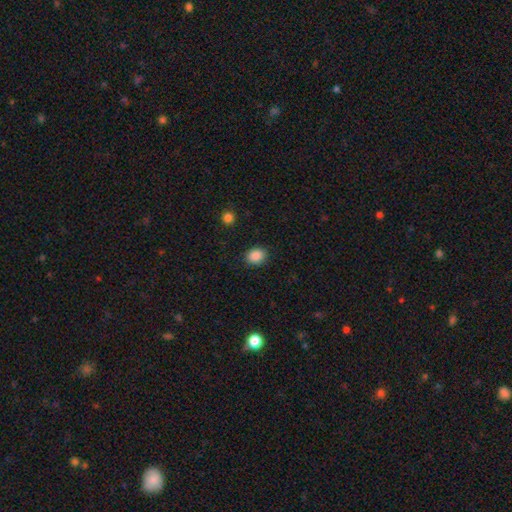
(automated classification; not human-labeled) Smooth or featured?
  - smooth: 88% *
  - star or artifact: 9%
  - featured or disk: 3%
How rounded?
  - round: 56% *
  - in between: 43%
  - cigar-shaped: 1%
Merging?
  - none: 88% *
  - minor disturbance: 8%
  - major disturbance: 3%
  - merger: 1%